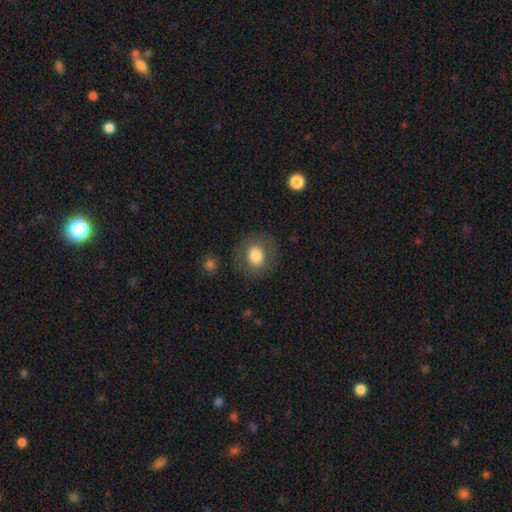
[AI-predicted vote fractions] A smooth galaxy with no disk features (77%) that is round (66%).

Vote fractions:
- Smooth or featured? smooth: 77% / featured or disk: 14% / star or artifact: 8%
- How rounded? round: 66% / in between: 33% / cigar-shaped: 1%
- Merging? none: 83% / minor disturbance: 10% / major disturbance: 5% / merger: 2%